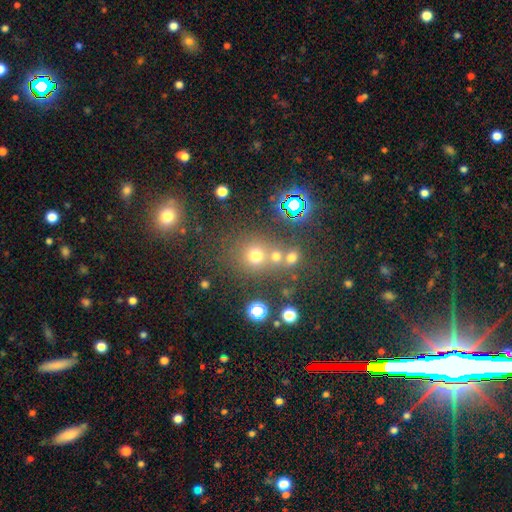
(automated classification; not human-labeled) smooth_or_featured: smooth (p=0.65) [alt: star or artifact p=0.25]
how_rounded: round (p=0.86) [alt: in between p=0.12]
merging: none (p=0.58) [alt: merger p=0.28]